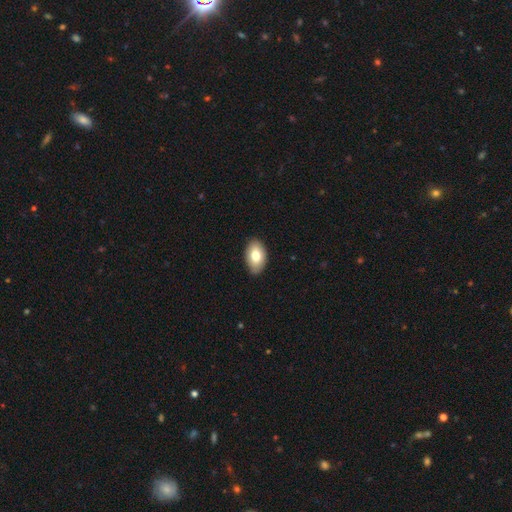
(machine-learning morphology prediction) Q: Smooth or featured?
A: smooth (78%); runner-up: featured or disk (16%)
Q: How rounded?
A: in between (92%); runner-up: round (6%)
Q: Merging?
A: none (86%); runner-up: minor disturbance (12%)